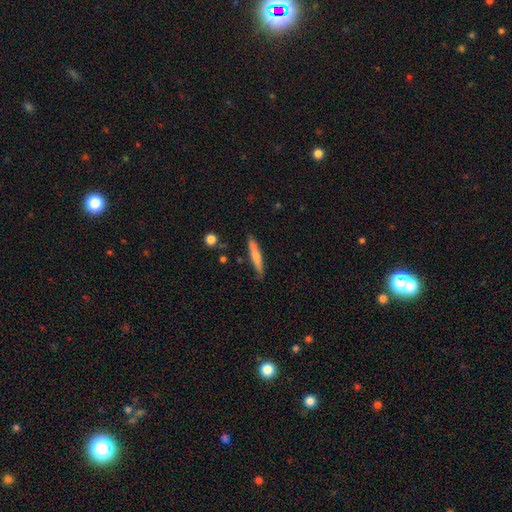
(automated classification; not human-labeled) This is likely a smooth galaxy (65%). How rounded: clearly cigar-shaped (91%). Merging: clearly none (82%).